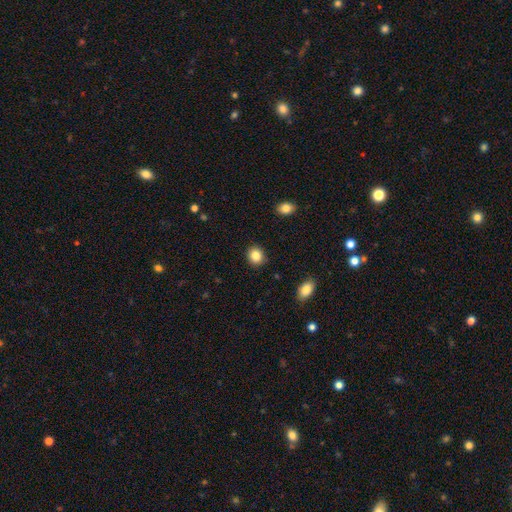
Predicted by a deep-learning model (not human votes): Q: Smooth or featured?
A: smooth (86%); runner-up: star or artifact (9%)
Q: How rounded?
A: round (78%); runner-up: in between (21%)
Q: Merging?
A: none (90%); runner-up: minor disturbance (7%)